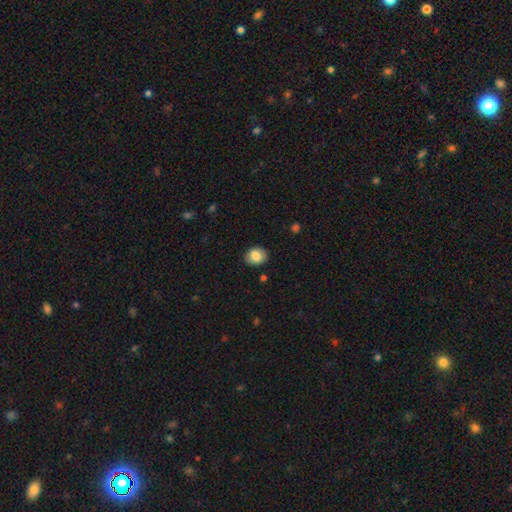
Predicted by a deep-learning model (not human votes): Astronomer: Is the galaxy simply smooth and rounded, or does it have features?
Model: smooth — 83%.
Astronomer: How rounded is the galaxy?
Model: round — 55% (runner-up: in between, 44%).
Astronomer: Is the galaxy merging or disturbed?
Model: none — 86%.